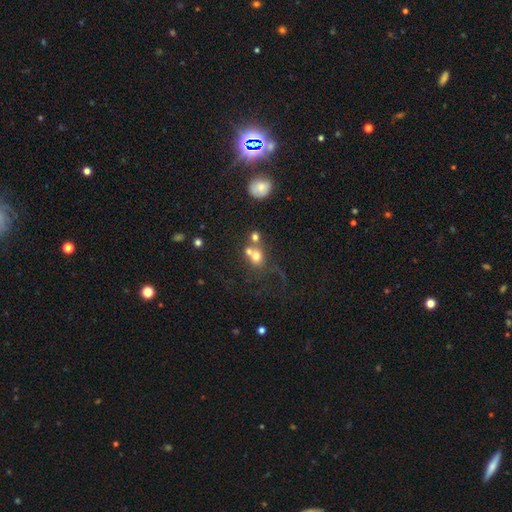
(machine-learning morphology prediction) Smooth or featured?
  - smooth: 64% *
  - featured or disk: 20%
  - star or artifact: 16%
How rounded?
  - round: 77% *
  - in between: 22%
  - cigar-shaped: 1%
Merging?
  - merger: 49% *
  - none: 33%
  - major disturbance: 9%
  - minor disturbance: 9%